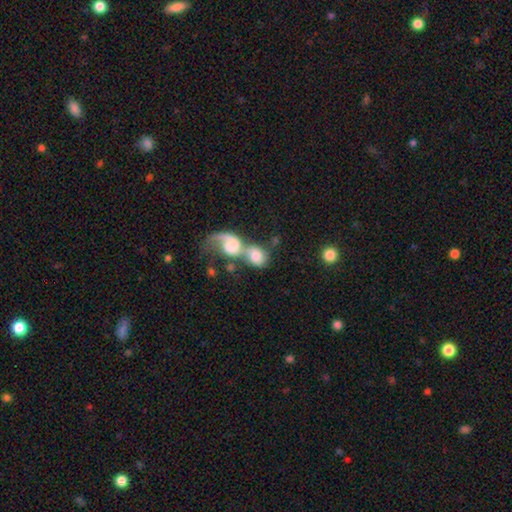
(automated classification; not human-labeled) A smooth galaxy with no disk features (54%) that is in between round and cigar-shaped (50%). Merging: merger (76%).